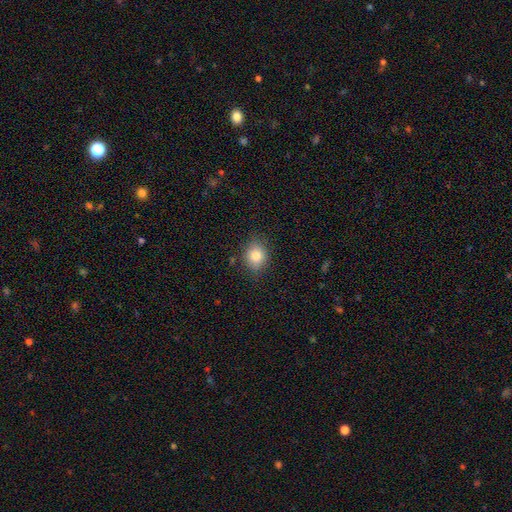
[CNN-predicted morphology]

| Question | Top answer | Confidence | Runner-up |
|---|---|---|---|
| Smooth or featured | smooth | 80% | star or artifact (10%) |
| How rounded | round | 60% | in between (39%) |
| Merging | none | 82% | minor disturbance (13%) |